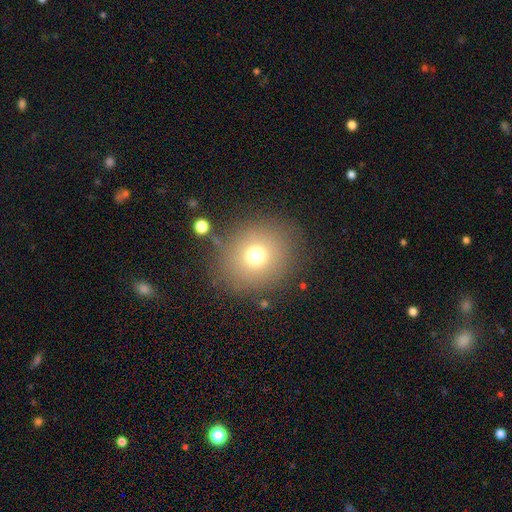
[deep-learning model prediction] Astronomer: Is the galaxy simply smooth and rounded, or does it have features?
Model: smooth — 71%.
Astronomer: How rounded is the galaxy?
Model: round — 86%.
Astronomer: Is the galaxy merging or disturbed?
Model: none — 82%.